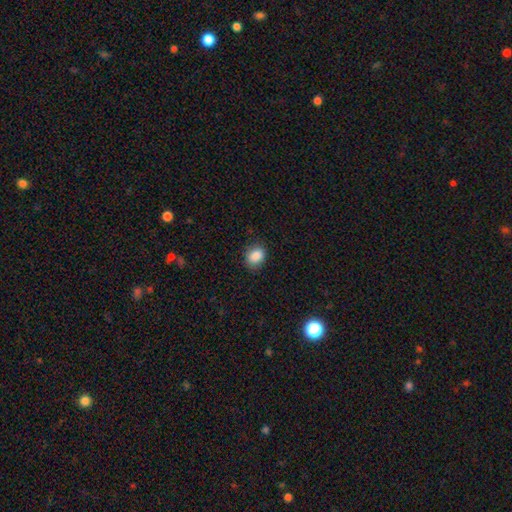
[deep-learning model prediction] The model was most divided on "how rounded": in between: 59%, round: 40%, cigar-shaped: 1%. More confident: smooth or featured — smooth (88%); merging — none (82%).